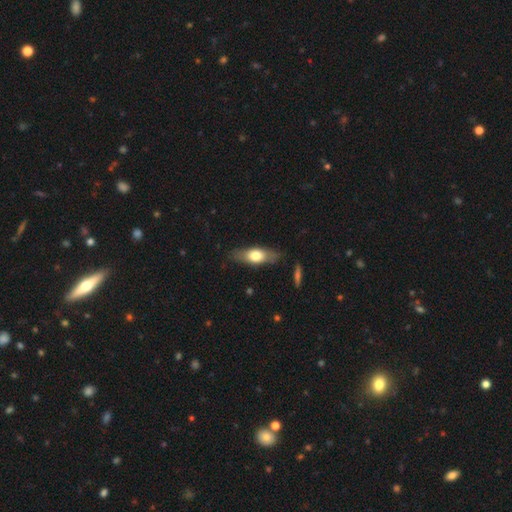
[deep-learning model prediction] This appears to be a smooth galaxy with no disk features (61%) that is in between round and cigar-shaped (62%). Merging: none (80%).